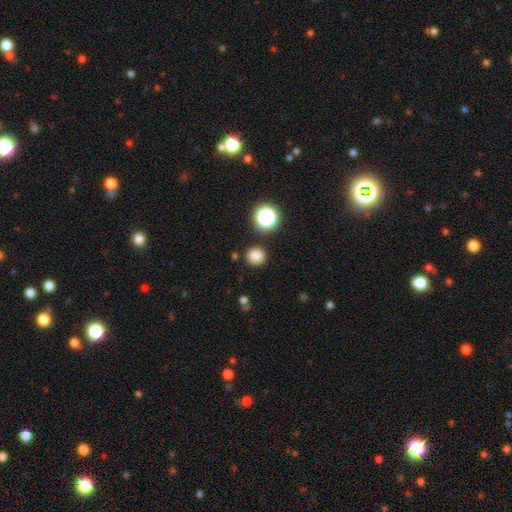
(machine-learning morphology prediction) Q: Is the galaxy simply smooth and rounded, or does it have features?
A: smooth — 82%.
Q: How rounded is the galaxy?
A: round — 90%.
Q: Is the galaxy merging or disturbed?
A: none — 88%.